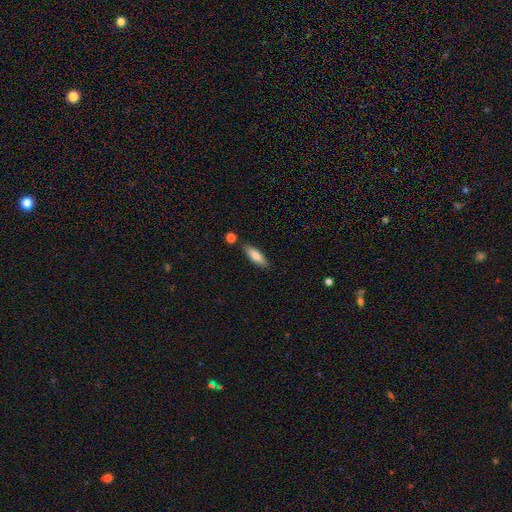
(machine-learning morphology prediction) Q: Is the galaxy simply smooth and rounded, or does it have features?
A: smooth — 79%.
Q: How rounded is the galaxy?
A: in between — 50%.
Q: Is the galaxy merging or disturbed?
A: none — 81%.